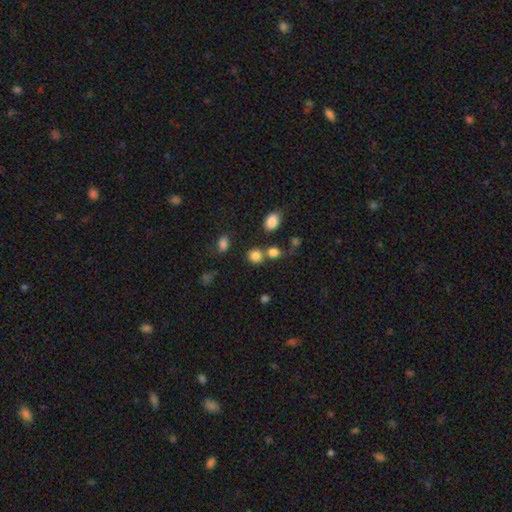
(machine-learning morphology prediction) A smooth galaxy with no disk features (81%) that is round (84%).

Vote fractions:
- Smooth or featured? smooth: 81% / star or artifact: 13% / featured or disk: 6%
- How rounded? round: 84% / in between: 15% / cigar-shaped: 1%
- Merging? none: 64% / merger: 23% / minor disturbance: 9% / major disturbance: 4%